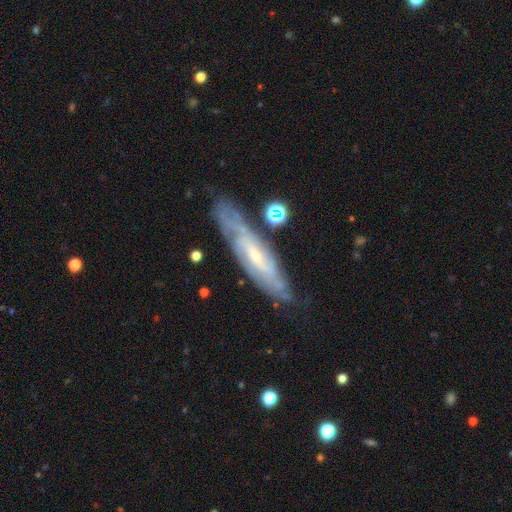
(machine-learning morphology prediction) smooth-or-featured: featured or disk: 82% | smooth: 12% | star or artifact: 6%
  disk-edge-on: no: 75% | yes: 25%
    bar: weak: 42% | no: 41% | strong: 17%
    has-spiral-arms: yes: 94% | no: 6%
      spiral-winding: tight: 63% | medium: 30% | loose: 7%
      spiral-arm-count: can't tell: 45% | 2: 27% | 3: 13% | 4: 7% | more than 4: 4% | 1: 4%
    bulge-size: small: 66% | moderate: 28% | none: 4% | large: 2% | dominant: 1%
  merging: none: 73% | minor disturbance: 18% | major disturbance: 5% | merger: 3%